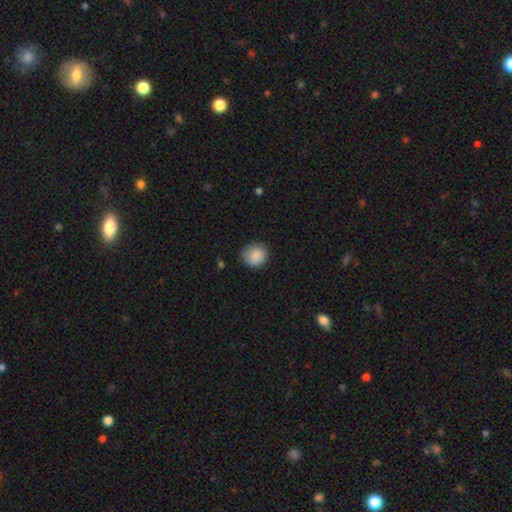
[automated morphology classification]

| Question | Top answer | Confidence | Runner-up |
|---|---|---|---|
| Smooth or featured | smooth | 87% | star or artifact (8%) |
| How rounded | round | 86% | in between (13%) |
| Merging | none | 80% | minor disturbance (16%) |